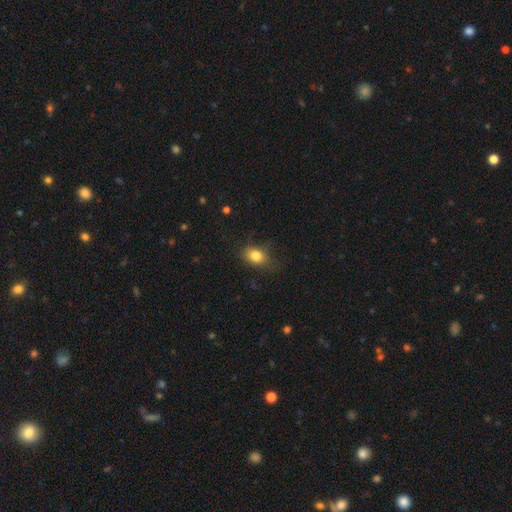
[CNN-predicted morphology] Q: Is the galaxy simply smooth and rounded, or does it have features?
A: smooth — 82%.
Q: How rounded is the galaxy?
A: in between — 64%.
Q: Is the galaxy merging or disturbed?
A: none — 70%.